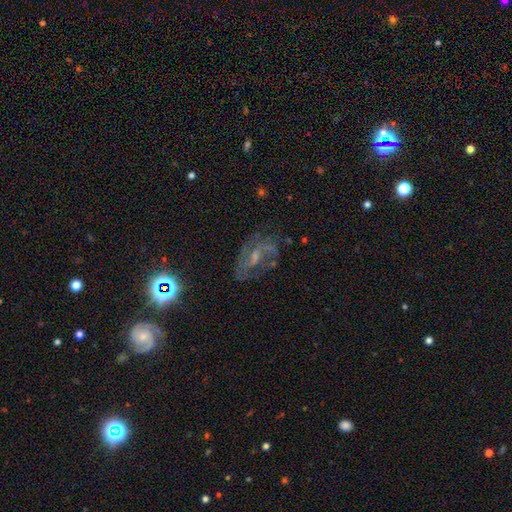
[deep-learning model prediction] Q: Smooth or featured?
A: featured or disk (70%); runner-up: star or artifact (17%)
Q: Edge-on disk?
A: no (96%); runner-up: yes (4%)
Q: Bar?
A: weak (48%); runner-up: no (34%)
Q: Spiral arms?
A: yes (86%); runner-up: no (14%)
Q: Spiral winding?
A: medium (47%); runner-up: loose (29%)
Q: Spiral arm count?
A: 2 (55%); runner-up: can't tell (24%)
Q: Bulge size?
A: small (57%); runner-up: moderate (29%)
Q: Merging?
A: none (63%); runner-up: minor disturbance (19%)